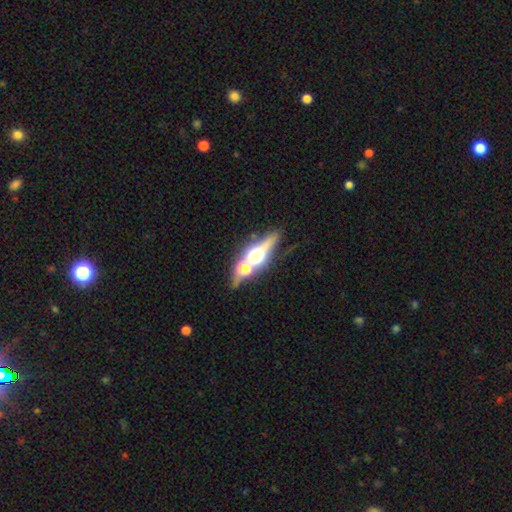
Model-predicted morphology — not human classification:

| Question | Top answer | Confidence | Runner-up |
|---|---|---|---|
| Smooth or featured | featured or disk | 60% | smooth (26%) |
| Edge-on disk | yes | 84% | no (16%) |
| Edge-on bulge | rounded | 94% | boxy (4%) |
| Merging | none | 52% | merger (30%) |